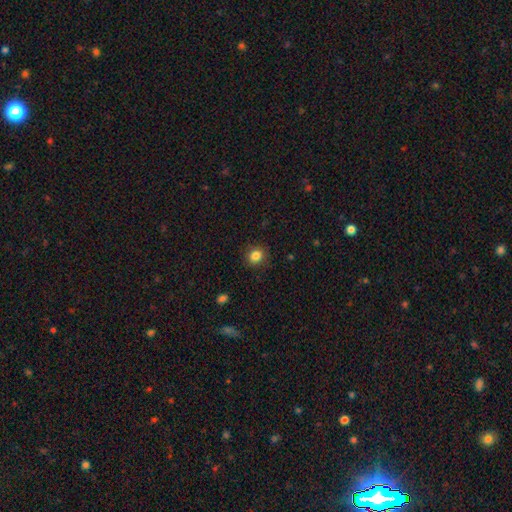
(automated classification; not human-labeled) This is clearly a smooth galaxy (84%). How rounded: likely round (74%). Merging: clearly none (88%).